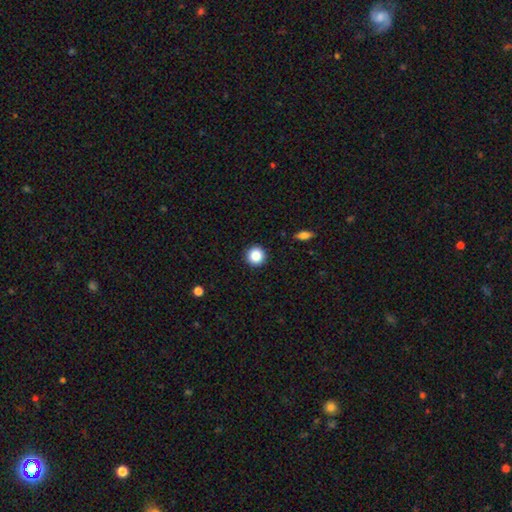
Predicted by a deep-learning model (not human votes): A smooth galaxy with no disk features (86%) that is round (95%). Merging: none (92%).